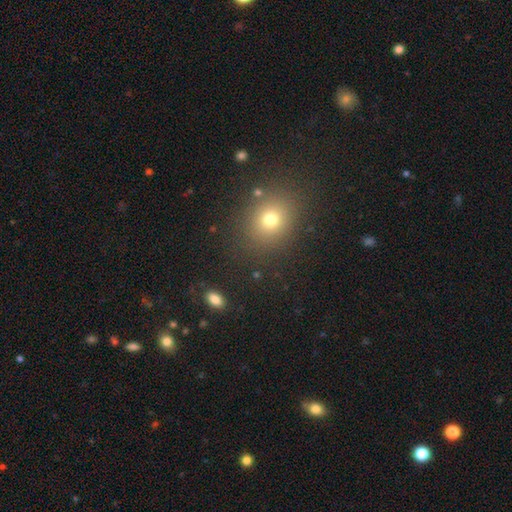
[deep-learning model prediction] The model was most divided on "how rounded": round: 64%, in between: 34%, cigar-shaped: 1%. More confident: merging — none (89%); smooth or featured — smooth (64%).